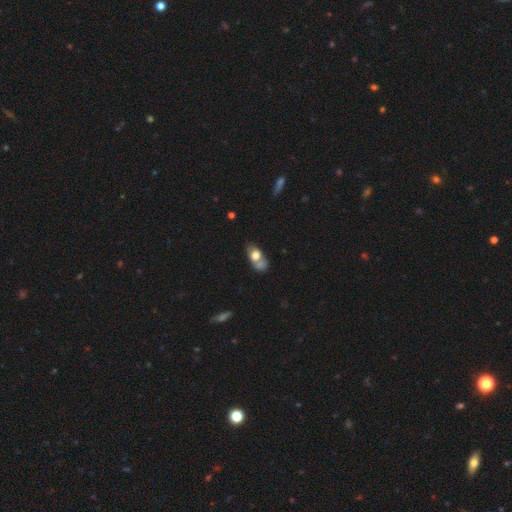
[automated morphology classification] Smooth or featured? Predicted: smooth (p=0.67). How rounded? Predicted: in between (p=0.76). Merging? Predicted: merger (p=0.44).